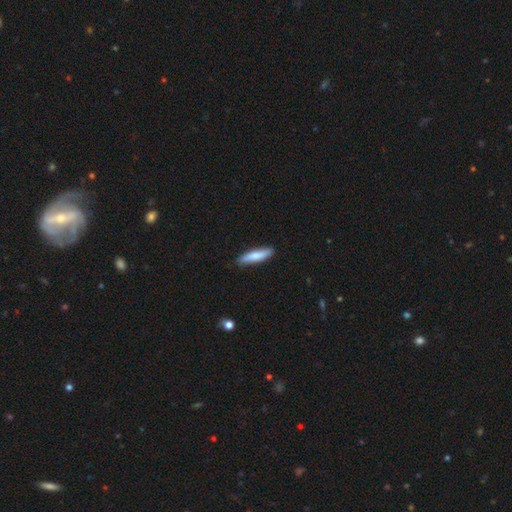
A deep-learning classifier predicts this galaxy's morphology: This appears to be a smooth galaxy with no disk features (79%) that is cigar-shaped (78%). Merging: none (87%).